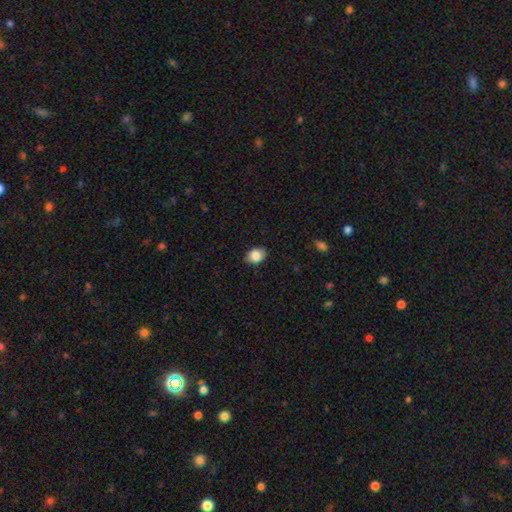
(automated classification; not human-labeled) Q: Smooth or featured?
A: smooth (84%); runner-up: star or artifact (8%)
Q: How rounded?
A: in between (69%); runner-up: round (30%)
Q: Merging?
A: none (87%); runner-up: minor disturbance (10%)